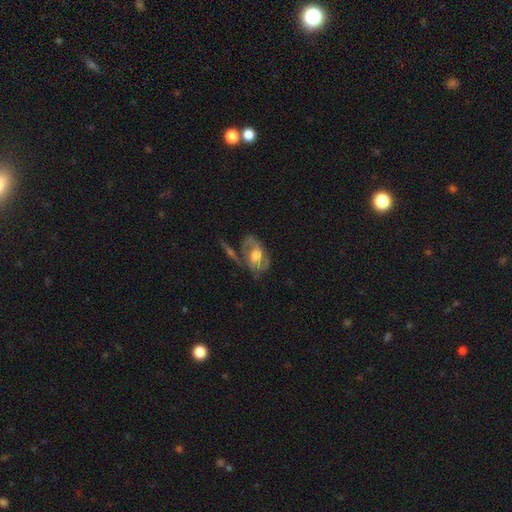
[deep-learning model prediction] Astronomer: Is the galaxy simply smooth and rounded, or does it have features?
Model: featured or disk — 66%.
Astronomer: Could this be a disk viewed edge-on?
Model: no — 94%.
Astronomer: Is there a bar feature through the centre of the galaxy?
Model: no — 51% (runner-up: weak, 37%).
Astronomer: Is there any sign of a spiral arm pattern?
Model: yes — 75%.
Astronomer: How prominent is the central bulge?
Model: moderate — 60%.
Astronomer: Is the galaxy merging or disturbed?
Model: none — 48%.